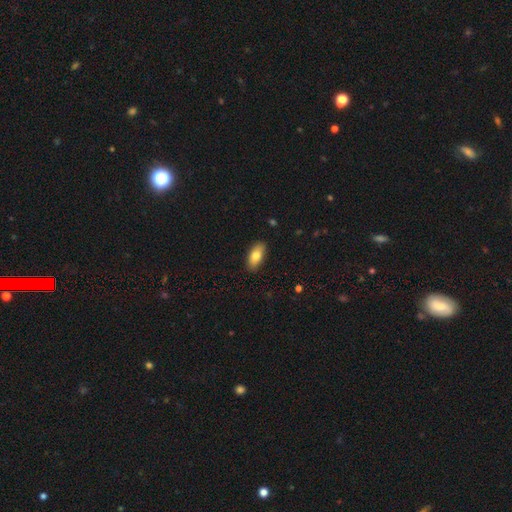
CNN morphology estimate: Overall: smooth (80%). How rounded: in between (89%). Merging: none (87%).